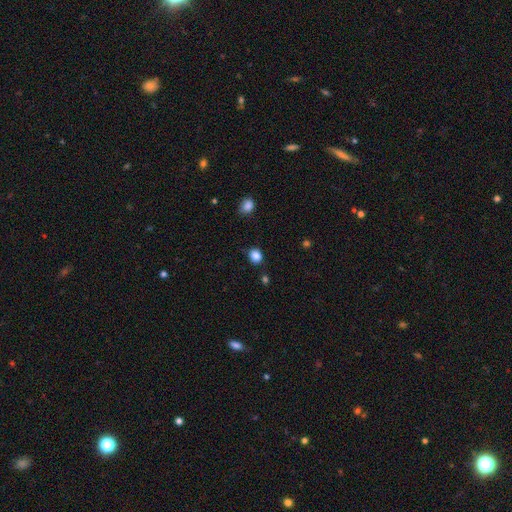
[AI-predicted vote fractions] Smooth or featured? smooth (85%)
How rounded? round (62%)
Merging? none (84%)